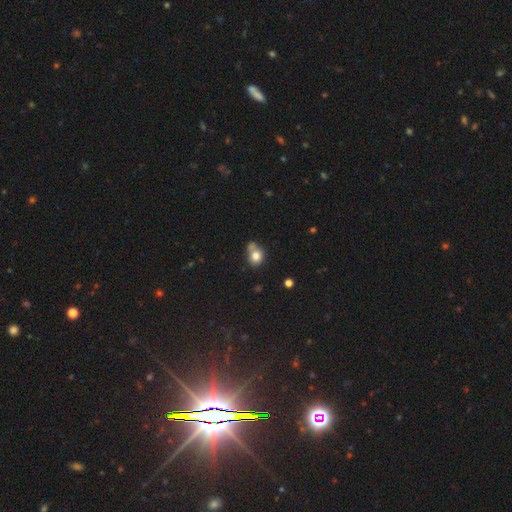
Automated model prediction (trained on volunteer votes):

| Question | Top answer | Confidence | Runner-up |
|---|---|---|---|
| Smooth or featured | smooth | 79% | star or artifact (11%) |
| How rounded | round | 68% | in between (31%) |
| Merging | none | 44% | merger (34%) |